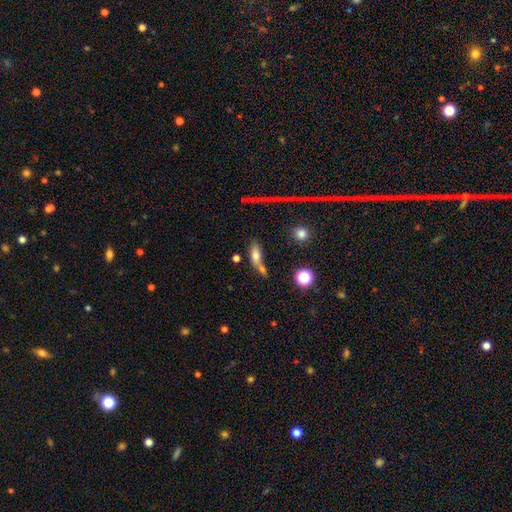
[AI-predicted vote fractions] smooth_or_featured: smooth (p=0.67) [alt: featured or disk p=0.21]
how_rounded: in between (p=0.65) [alt: cigar-shaped p=0.28]
merging: merger (p=0.44) [alt: none p=0.34]